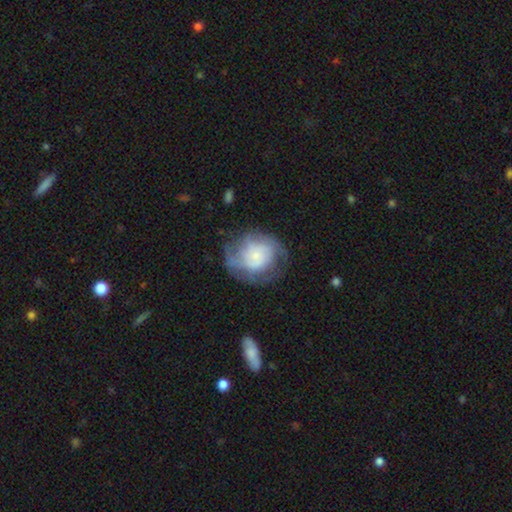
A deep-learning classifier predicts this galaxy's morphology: Smooth or featured? featured or disk (59%)
Edge-on disk? no (97%)
Bar? no (80%)
Spiral arms? yes (78%)
Bulge size? small (61%)
Merging? none (59%)